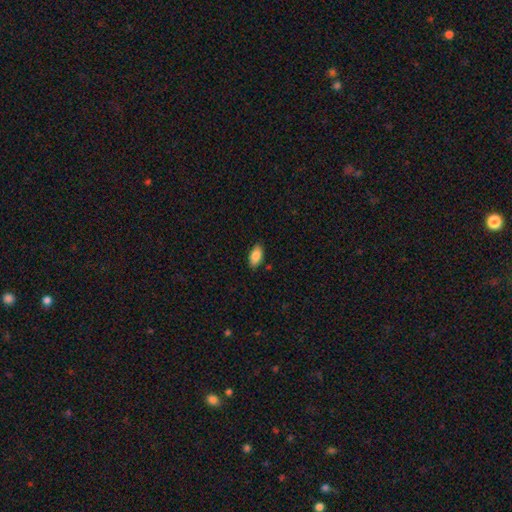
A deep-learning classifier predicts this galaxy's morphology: A smooth galaxy with no disk features (87%) that is in between round and cigar-shaped (93%).

Vote fractions:
- Smooth or featured? smooth: 87% / star or artifact: 7% / featured or disk: 6%
- How rounded? in between: 93% / cigar-shaped: 4% / round: 3%
- Merging? none: 86% / minor disturbance: 11% / major disturbance: 2% / merger: 1%